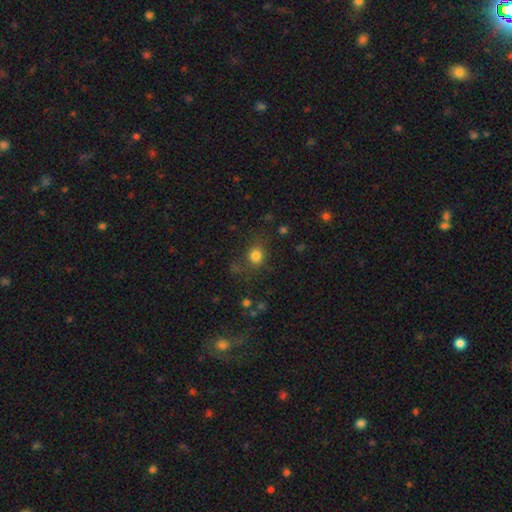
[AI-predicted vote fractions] This is likely a smooth galaxy (79%). How rounded: likely round (77%). Merging: likely none (73%).